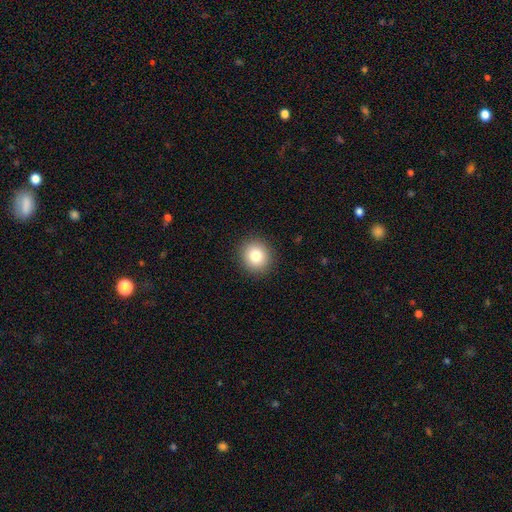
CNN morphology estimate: A smooth galaxy with no disk features (82%) that is round (88%).

Vote fractions:
- Smooth or featured? smooth: 82% / star or artifact: 10% / featured or disk: 8%
- How rounded? round: 88% / in between: 11% / cigar-shaped: 1%
- Merging? none: 92% / minor disturbance: 6% / major disturbance: 2% / merger: 1%